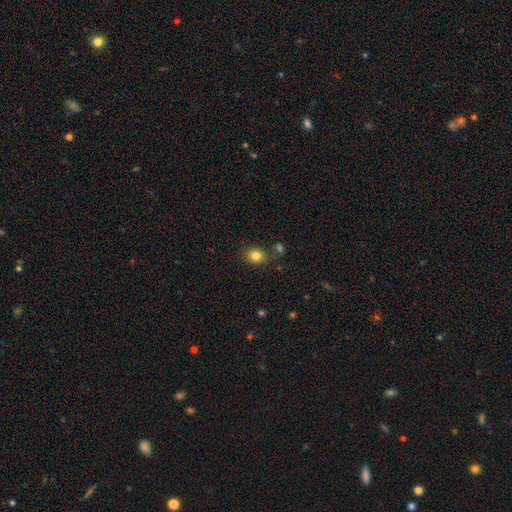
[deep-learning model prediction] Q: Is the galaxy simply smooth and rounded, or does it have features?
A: smooth — 83%.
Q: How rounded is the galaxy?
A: round — 51%.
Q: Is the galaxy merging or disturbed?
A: none — 78%.